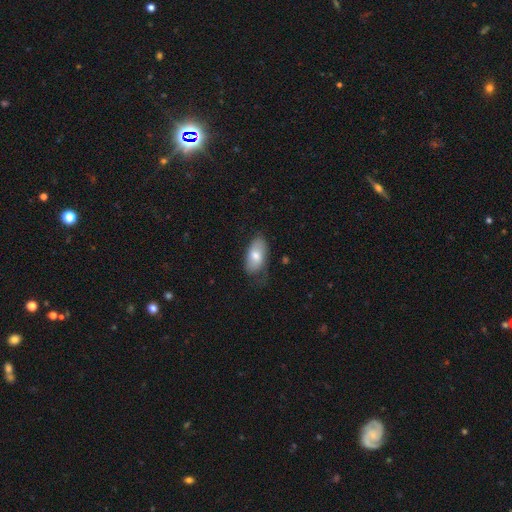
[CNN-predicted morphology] This is likely a smooth galaxy (74%). How rounded: clearly in between (93%). Merging: possibly none (58%).